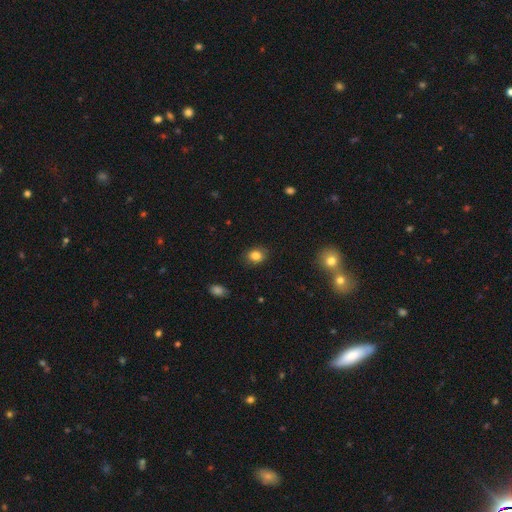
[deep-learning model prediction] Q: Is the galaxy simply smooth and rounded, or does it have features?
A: smooth — 83%.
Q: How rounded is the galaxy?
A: in between — 52%.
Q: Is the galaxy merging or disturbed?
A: none — 84%.